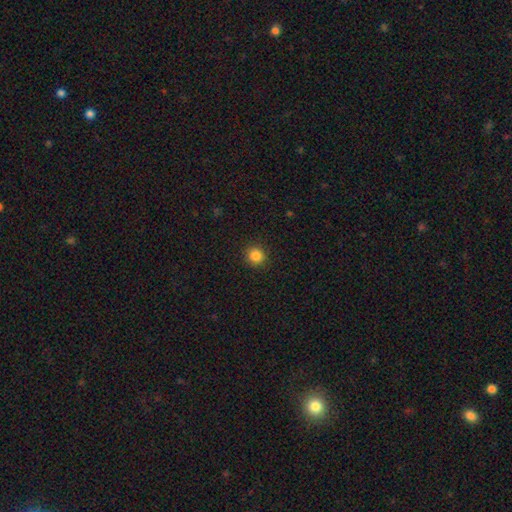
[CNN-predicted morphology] Smooth or featured? smooth (85%)
How rounded? round (93%)
Merging? none (91%)